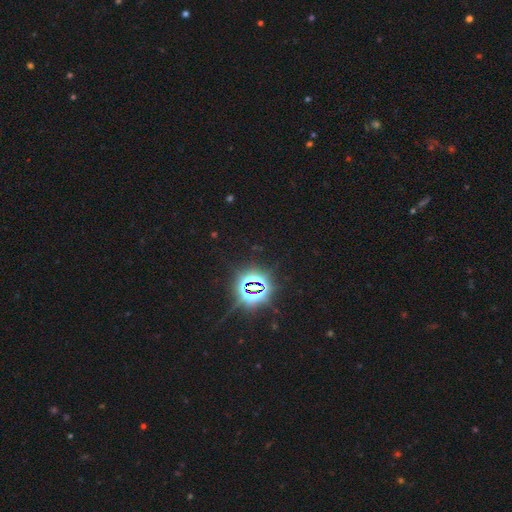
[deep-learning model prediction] Q: Smooth or featured?
A: star or artifact (84%); runner-up: smooth (9%)